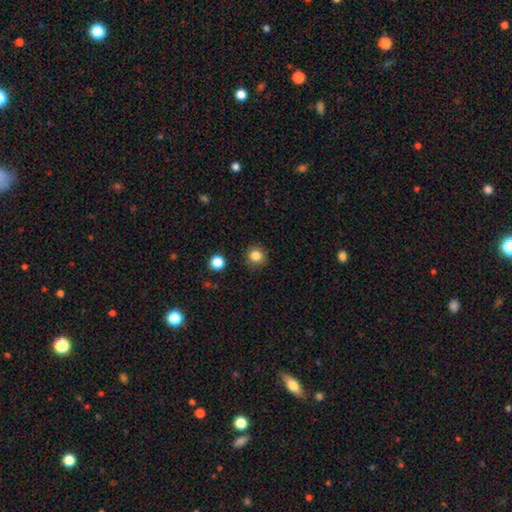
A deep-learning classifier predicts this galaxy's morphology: smooth-or-featured: smooth: 83% | star or artifact: 11% | featured or disk: 5%
  how-rounded: round: 92% | in between: 7% | cigar-shaped: 1%
  merging: none: 90% | minor disturbance: 7% | major disturbance: 2% | merger: 1%